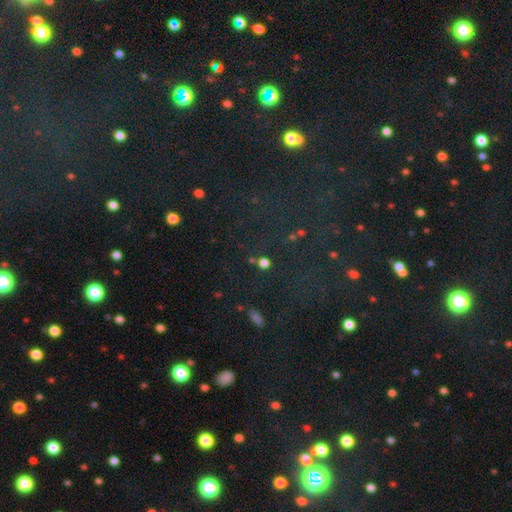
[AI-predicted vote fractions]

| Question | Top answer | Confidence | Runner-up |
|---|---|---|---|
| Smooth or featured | star or artifact | 73% | smooth (18%) |